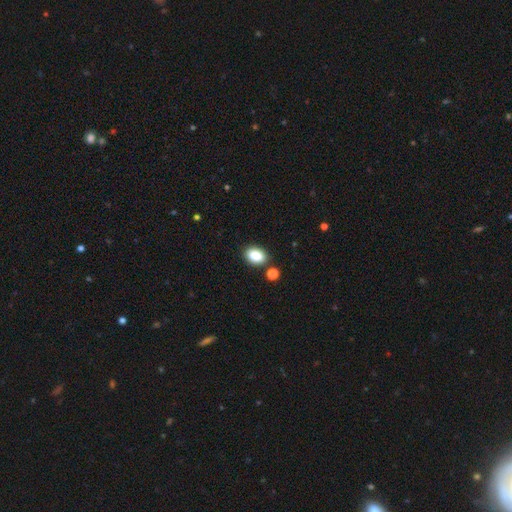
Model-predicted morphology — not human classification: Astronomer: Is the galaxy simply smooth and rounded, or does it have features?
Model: smooth — 87%.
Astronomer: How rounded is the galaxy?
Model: in between — 80%.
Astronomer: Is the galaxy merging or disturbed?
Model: none — 82%.